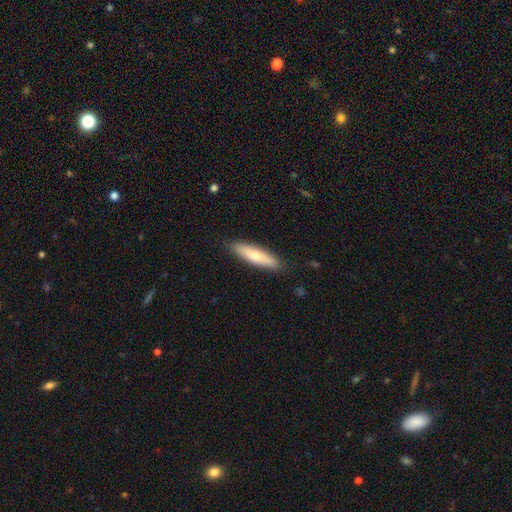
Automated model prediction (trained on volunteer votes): Smooth or featured: smooth — 66% (featured or disk — 28%)
How rounded: cigar-shaped — 70% (in between — 29%)
Merging: none — 88% (minor disturbance — 9%)